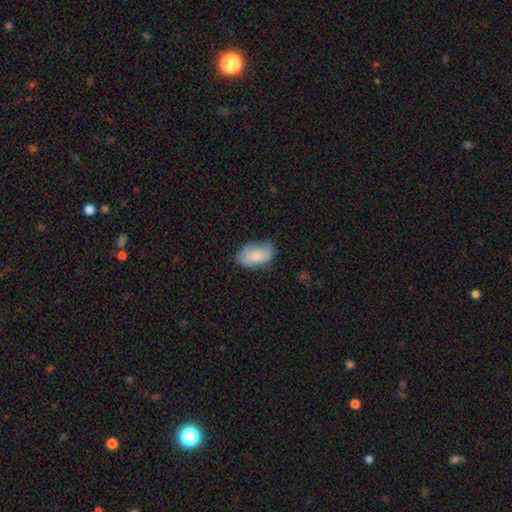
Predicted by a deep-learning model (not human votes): smooth_or_featured: smooth (p=0.64) [alt: featured or disk p=0.29]
how_rounded: in between (p=0.91) [alt: round p=0.07]
merging: none (p=0.57) [alt: minor disturbance p=0.31]